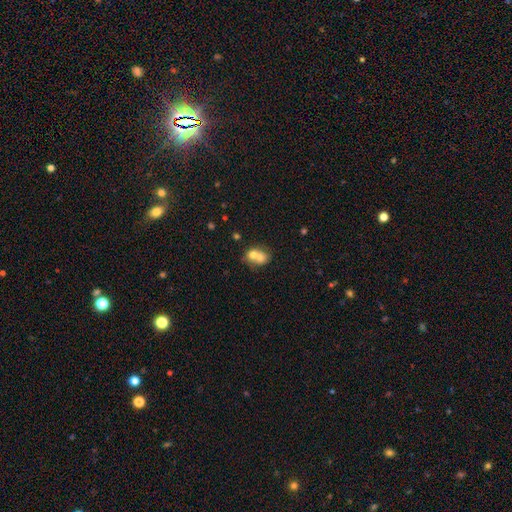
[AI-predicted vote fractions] Smooth or featured?
  - smooth: 66% *
  - featured or disk: 24%
  - star or artifact: 10%
How rounded?
  - round: 60% *
  - in between: 39%
  - cigar-shaped: 1%
Merging?
  - merger: 69% *
  - none: 22%
  - minor disturbance: 6%
  - major disturbance: 3%